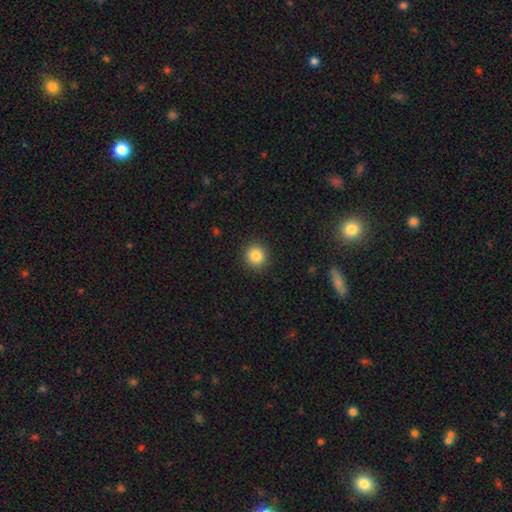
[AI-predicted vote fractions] Smooth or featured?
  - smooth: 85% *
  - star or artifact: 10%
  - featured or disk: 4%
How rounded?
  - round: 92% *
  - in between: 7%
  - cigar-shaped: 1%
Merging?
  - none: 91% *
  - minor disturbance: 6%
  - major disturbance: 2%
  - merger: 1%